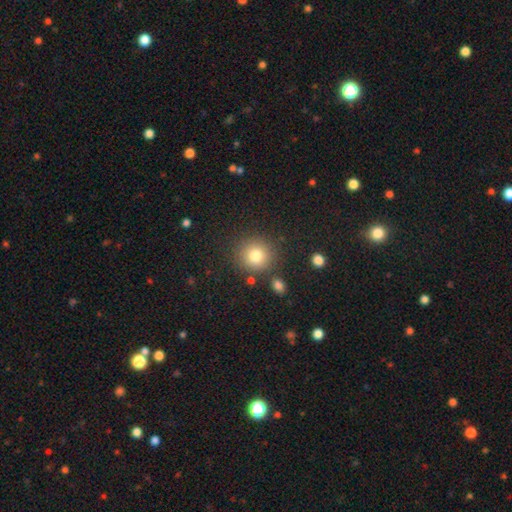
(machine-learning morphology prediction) Smooth or featured: smooth — 80% (star or artifact — 12%)
How rounded: round — 91% (in between — 8%)
Merging: none — 83% (minor disturbance — 9%)